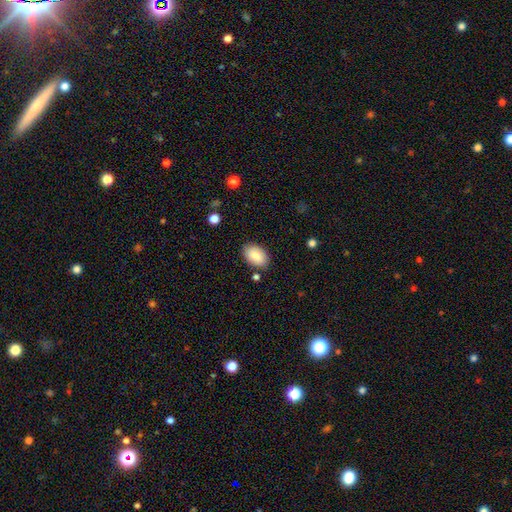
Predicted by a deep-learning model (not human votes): The model was most divided on "merging": none: 83%, minor disturbance: 12%, major disturbance: 3%, merger: 2%. More confident: how rounded — in between (90%); smooth or featured — smooth (84%).